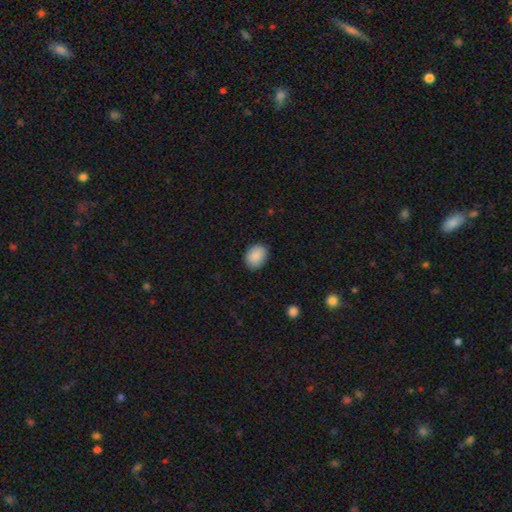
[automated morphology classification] Q: Smooth or featured?
A: smooth (89%); runner-up: star or artifact (7%)
Q: How rounded?
A: in between (64%); runner-up: round (35%)
Q: Merging?
A: none (87%); runner-up: minor disturbance (10%)